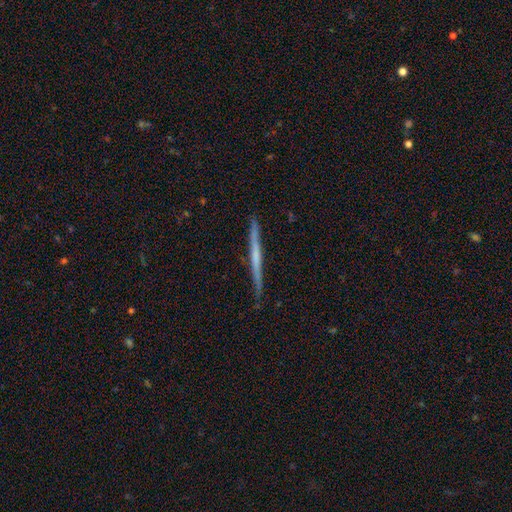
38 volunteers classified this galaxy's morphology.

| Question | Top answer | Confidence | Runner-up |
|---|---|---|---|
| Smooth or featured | featured or disk | 63% | smooth (34%) |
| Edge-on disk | yes | 92% | no (8%) |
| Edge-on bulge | none | 82% | boxy (9%) |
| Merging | none | 97% | major disturbance (3%) |